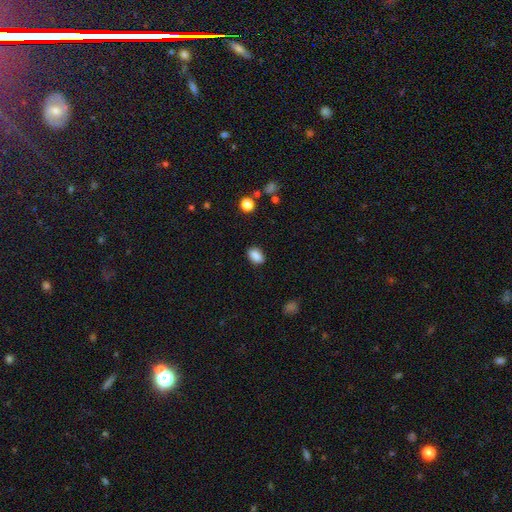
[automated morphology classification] Q: Smooth or featured?
A: smooth (87%); runner-up: star or artifact (9%)
Q: How rounded?
A: in between (85%); runner-up: round (13%)
Q: Merging?
A: none (85%); runner-up: minor disturbance (11%)